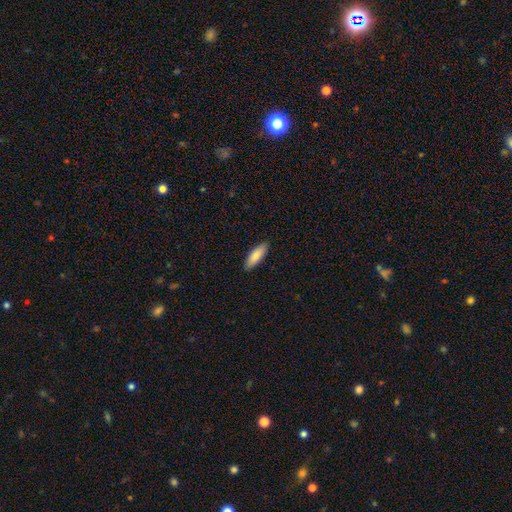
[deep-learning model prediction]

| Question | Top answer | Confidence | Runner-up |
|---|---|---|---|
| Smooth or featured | smooth | 86% | featured or disk (9%) |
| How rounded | in between | 55% | cigar-shaped (43%) |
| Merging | none | 90% | minor disturbance (8%) |